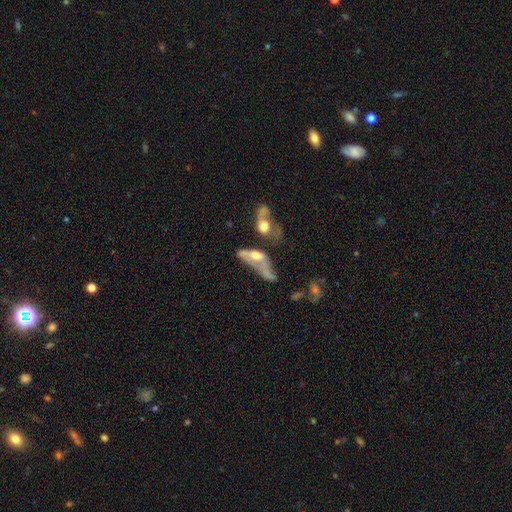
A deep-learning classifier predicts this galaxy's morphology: This appears to be a featured or disk galaxy (52%). Merging: merger (47%).